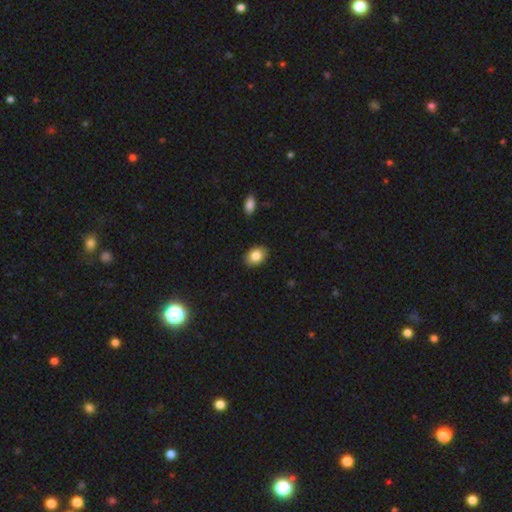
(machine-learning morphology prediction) smooth_or_featured: smooth (p=0.85) [alt: featured or disk p=0.08]
how_rounded: in between (p=0.75) [alt: round p=0.24]
merging: none (p=0.88) [alt: minor disturbance p=0.09]